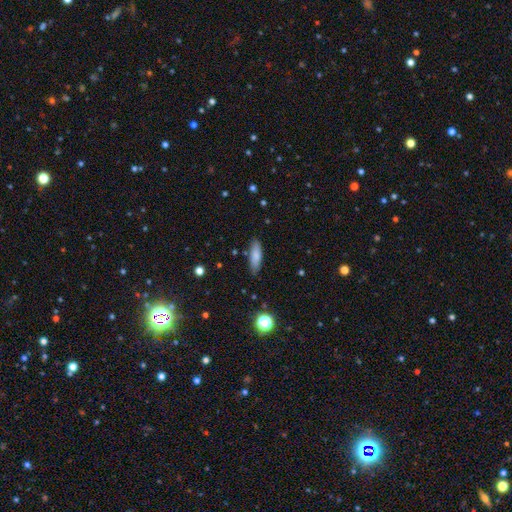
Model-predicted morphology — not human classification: Q: Smooth or featured?
A: smooth (81%); runner-up: featured or disk (11%)
Q: How rounded?
A: cigar-shaped (54%); runner-up: in between (44%)
Q: Merging?
A: none (85%); runner-up: minor disturbance (11%)